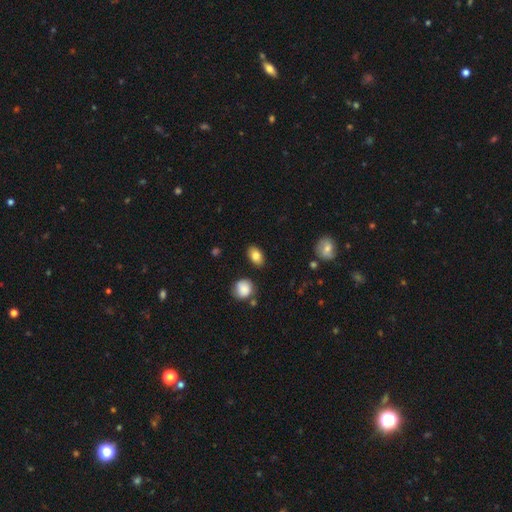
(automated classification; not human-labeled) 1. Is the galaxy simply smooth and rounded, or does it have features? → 83% smooth, 9% featured or disk, 8% star or artifact.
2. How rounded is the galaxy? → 86% in between, 12% round, 2% cigar-shaped.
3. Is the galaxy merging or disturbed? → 86% none, 10% minor disturbance, 2% major disturbance, 2% merger.